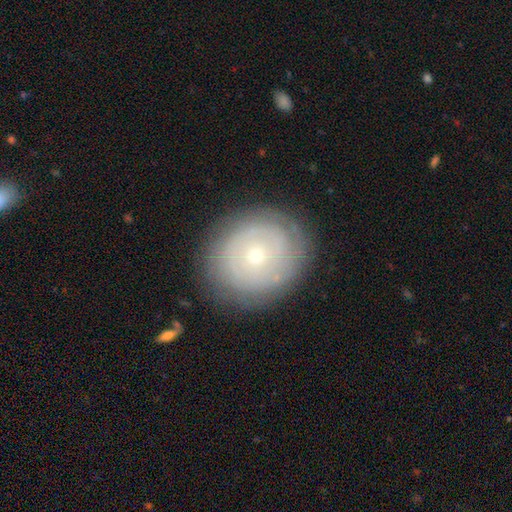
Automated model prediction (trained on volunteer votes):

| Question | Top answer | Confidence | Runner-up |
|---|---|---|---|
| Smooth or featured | featured or disk | 60% | smooth (32%) |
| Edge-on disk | no | 96% | yes (4%) |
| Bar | no | 86% | weak (11%) |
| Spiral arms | yes | 64% | no (36%) |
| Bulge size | small | 74% | moderate (23%) |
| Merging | none | 82% | minor disturbance (12%) |